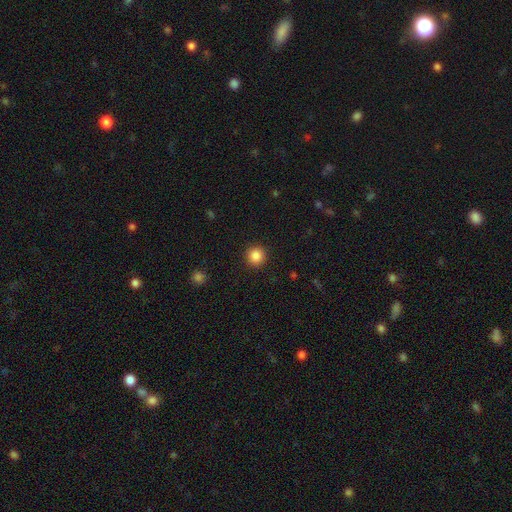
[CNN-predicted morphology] smooth 86%, star or artifact 10%, featured or disk 3%. Down the decision tree: how rounded — round (94%); merging — none (92%).